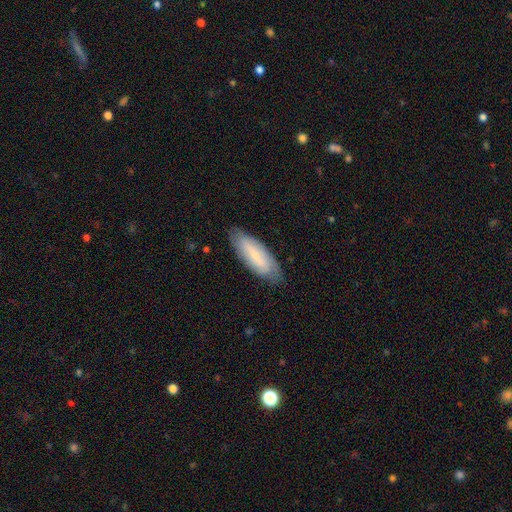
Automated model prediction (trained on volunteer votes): This appears to be a smooth galaxy with no disk features (57%) that is in between round and cigar-shaped (64%). Merging: none (78%).